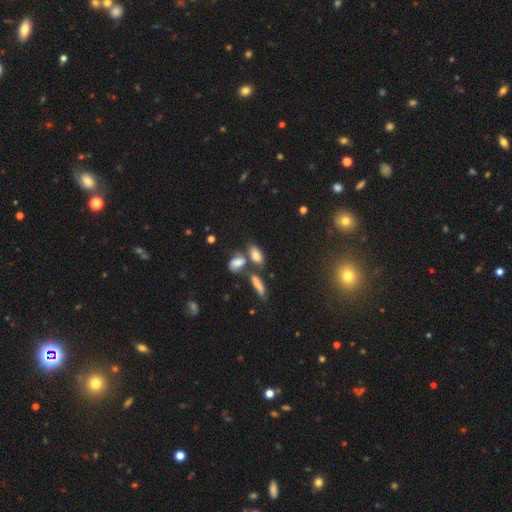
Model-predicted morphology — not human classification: type=smooth (75%); roundness=in between (83%); merging=none (47%).